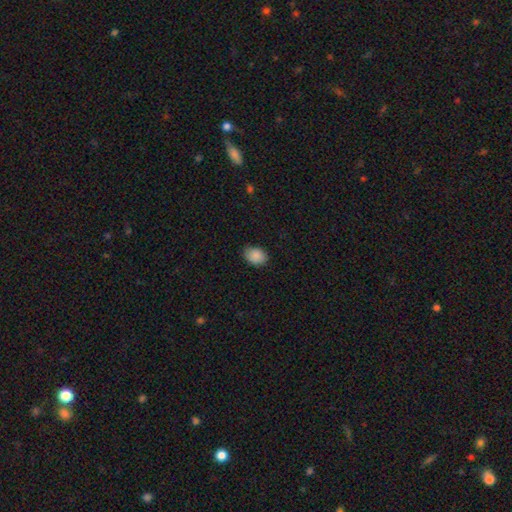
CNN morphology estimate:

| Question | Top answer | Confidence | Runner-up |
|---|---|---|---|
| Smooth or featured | smooth | 88% | star or artifact (8%) |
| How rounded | in between | 70% | round (29%) |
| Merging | none | 79% | minor disturbance (17%) |